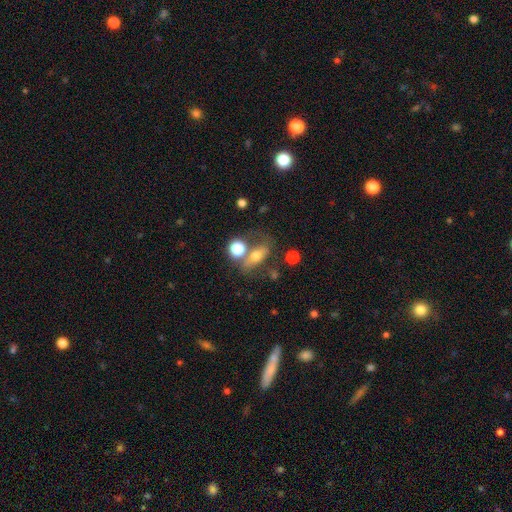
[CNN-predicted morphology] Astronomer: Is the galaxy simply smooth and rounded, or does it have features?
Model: smooth — 54% (runner-up: featured or disk, 33%).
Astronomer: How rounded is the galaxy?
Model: in between — 62%.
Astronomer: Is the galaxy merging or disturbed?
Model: none — 52%.